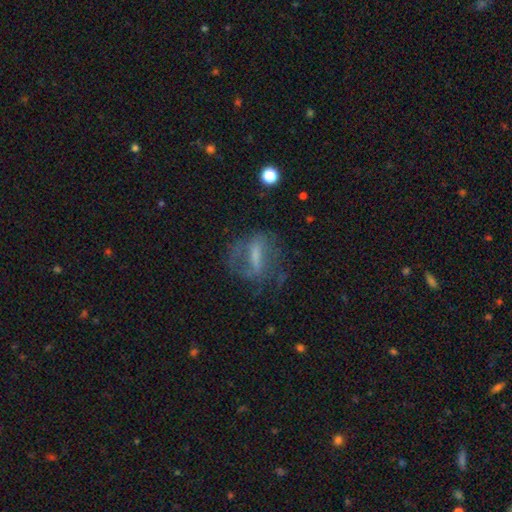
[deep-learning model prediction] The model was most divided on "smooth or featured": featured or disk: 57%, smooth: 31%, star or artifact: 12%. More confident: edge-on disk — no (85%); merging — none (53%).